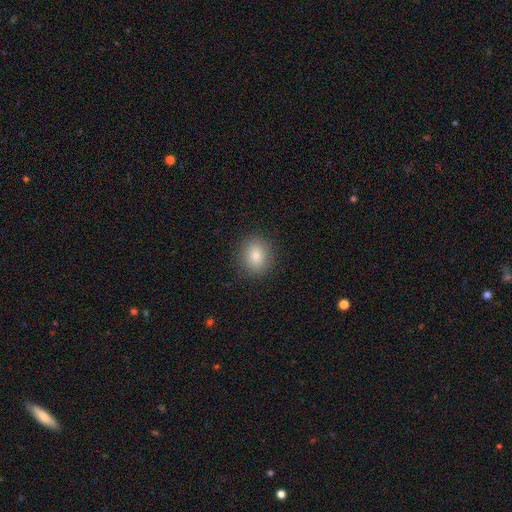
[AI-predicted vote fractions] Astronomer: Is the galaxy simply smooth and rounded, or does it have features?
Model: smooth — 84%.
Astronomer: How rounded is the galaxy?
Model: round — 64%.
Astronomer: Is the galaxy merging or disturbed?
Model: none — 88%.